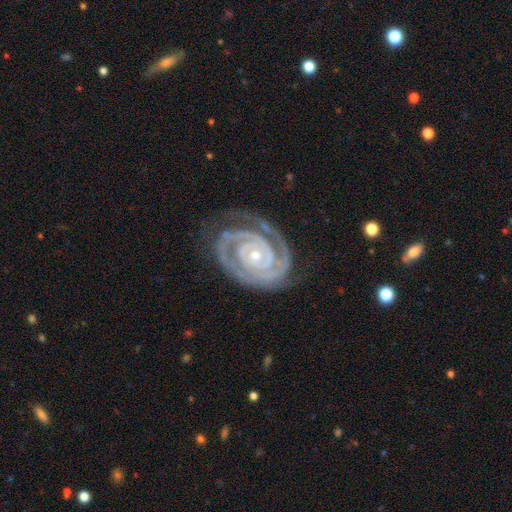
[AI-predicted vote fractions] featured or disk 93%, star or artifact 4%, smooth 3%. Down the decision tree: edge-on disk — no (98%); bar — no (73%); spiral arms — yes (98%); spiral arm count — 2 (72%); spiral winding — tight (86%); bulge size — small (71%); merging — none (74%).